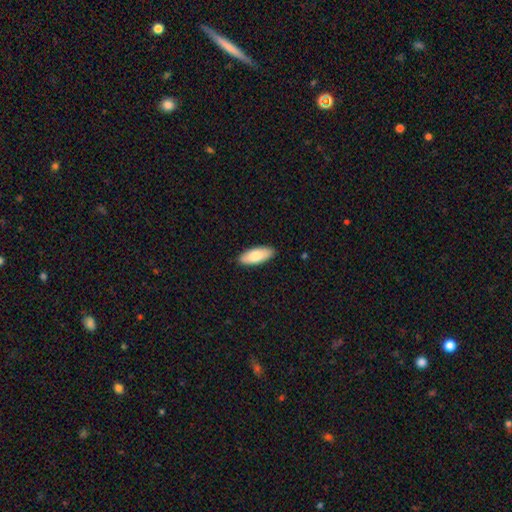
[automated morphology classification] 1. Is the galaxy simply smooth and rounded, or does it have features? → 83% smooth, 12% featured or disk, 5% star or artifact.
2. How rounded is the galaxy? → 80% in between, 19% cigar-shaped, 2% round.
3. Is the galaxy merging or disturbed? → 89% none, 8% minor disturbance, 2% major disturbance, 1% merger.